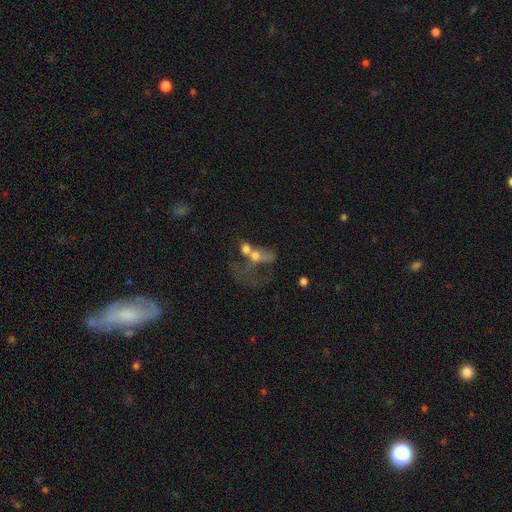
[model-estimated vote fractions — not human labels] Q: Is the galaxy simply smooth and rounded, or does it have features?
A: smooth — 47%.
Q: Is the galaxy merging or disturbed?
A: merger — 60%.